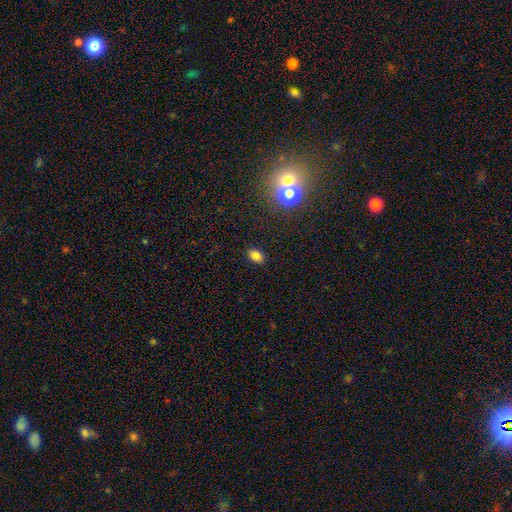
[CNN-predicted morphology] This is clearly a smooth galaxy (80%). How rounded: clearly in between (84%). Merging: clearly none (87%).